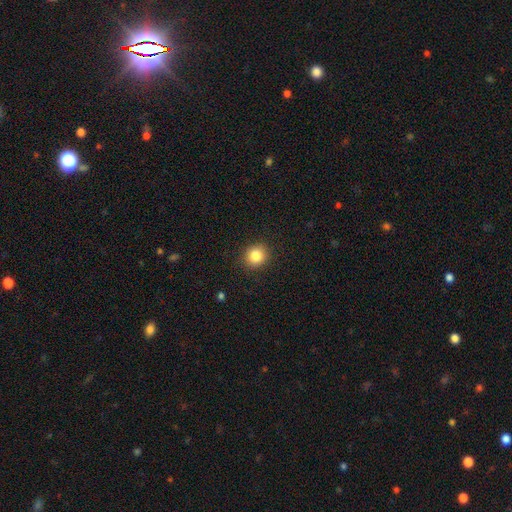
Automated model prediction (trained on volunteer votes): Smooth or featured? Predicted: smooth (p=0.84). How rounded? Predicted: round (p=0.84). Merging? Predicted: none (p=0.90).